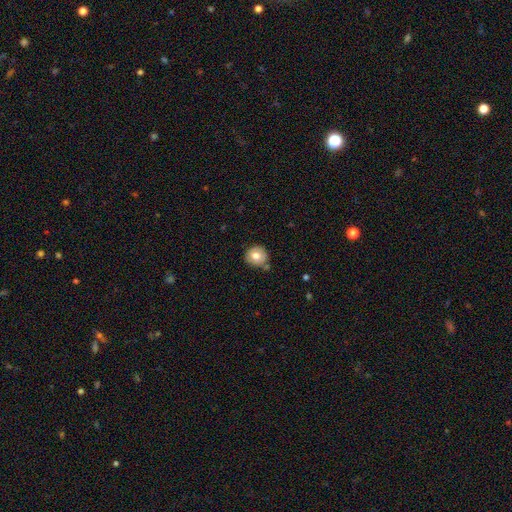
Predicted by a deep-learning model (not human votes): smooth 75%, featured or disk 16%, star or artifact 9%. Down the decision tree: how rounded — round (89%); merging — none (75%).